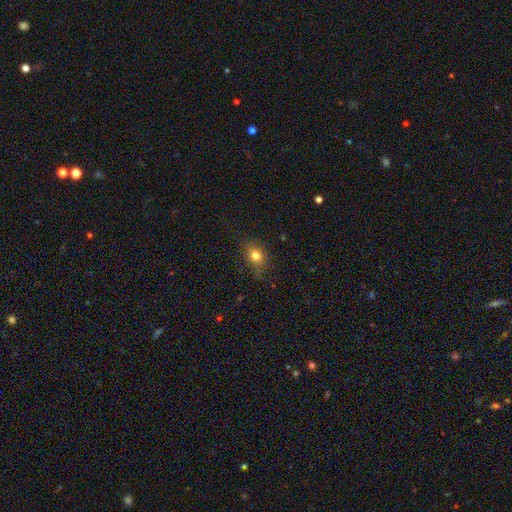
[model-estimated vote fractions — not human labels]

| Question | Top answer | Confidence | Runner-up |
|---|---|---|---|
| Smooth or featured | smooth | 78% | star or artifact (13%) |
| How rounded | round | 52% | in between (46%) |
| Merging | none | 79% | minor disturbance (16%) |